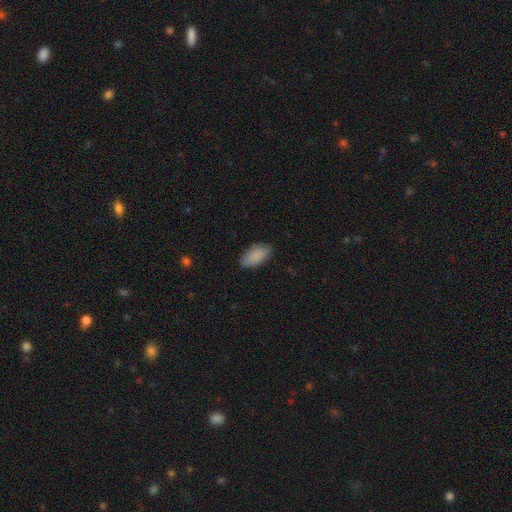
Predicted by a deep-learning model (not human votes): The model was most divided on "merging": none: 83%, minor disturbance: 13%, major disturbance: 3%, merger: 1%. More confident: how rounded — in between (93%); smooth or featured — smooth (88%).